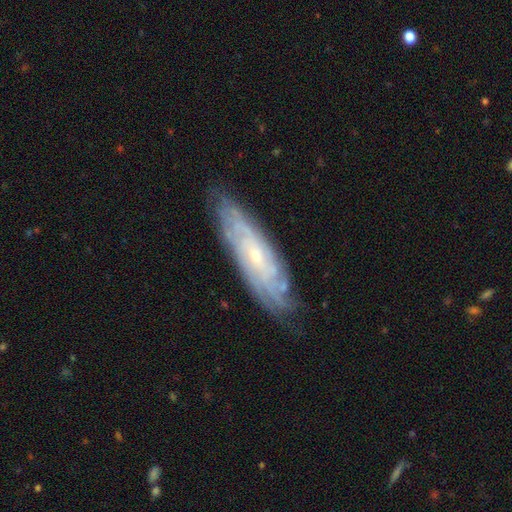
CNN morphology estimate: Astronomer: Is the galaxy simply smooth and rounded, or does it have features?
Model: featured or disk — 80%.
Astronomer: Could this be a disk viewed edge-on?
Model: no — 77%.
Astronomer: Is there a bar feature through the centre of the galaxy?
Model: no — 66%.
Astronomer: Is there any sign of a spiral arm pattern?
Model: yes — 94%.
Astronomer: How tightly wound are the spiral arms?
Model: tight — 74%.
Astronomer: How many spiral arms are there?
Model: can't tell — 52%.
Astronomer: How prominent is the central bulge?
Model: small — 74%.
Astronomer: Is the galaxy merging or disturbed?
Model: none — 80%.